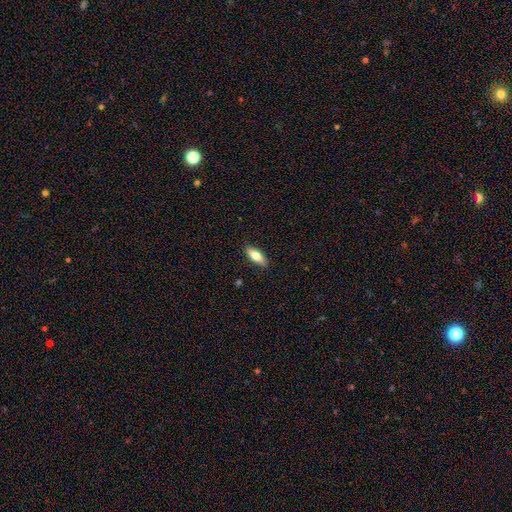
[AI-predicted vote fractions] Smooth or featured? Predicted: smooth (p=0.76). How rounded? Predicted: in between (p=0.75). Merging? Predicted: none (p=0.87).